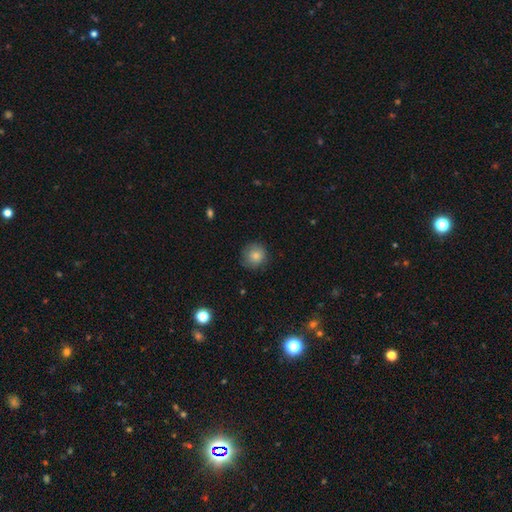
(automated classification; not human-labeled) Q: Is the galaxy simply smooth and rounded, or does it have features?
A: smooth — 83%.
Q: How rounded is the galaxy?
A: round — 92%.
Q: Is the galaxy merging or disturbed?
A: none — 83%.